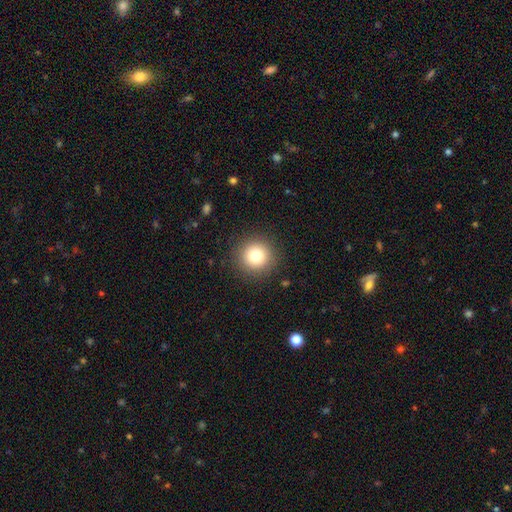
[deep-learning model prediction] Smooth or featured? Predicted: smooth (p=0.81). How rounded? Predicted: round (p=0.95). Merging? Predicted: none (p=0.90).